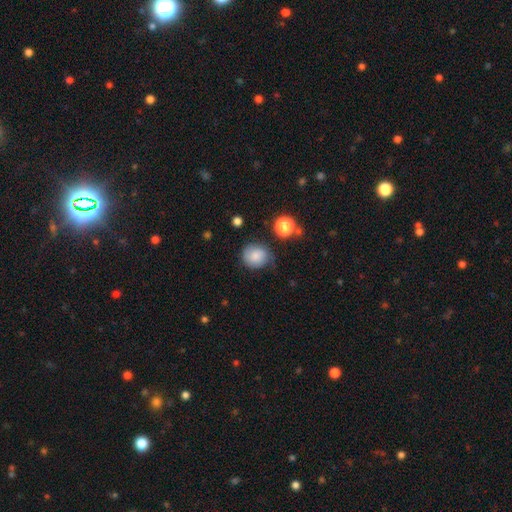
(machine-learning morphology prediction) Q: Smooth or featured?
A: smooth (77%); runner-up: featured or disk (13%)
Q: How rounded?
A: round (80%); runner-up: in between (20%)
Q: Merging?
A: none (64%); runner-up: minor disturbance (25%)